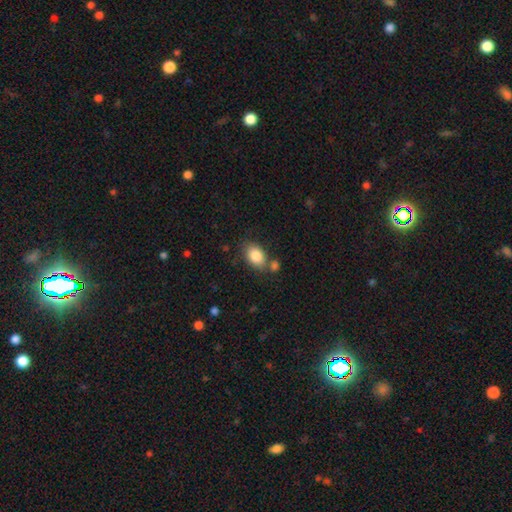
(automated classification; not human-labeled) Smooth or featured: smooth — 84% (featured or disk — 8%)
How rounded: in between — 83% (round — 16%)
Merging: none — 67% (merger — 15%)